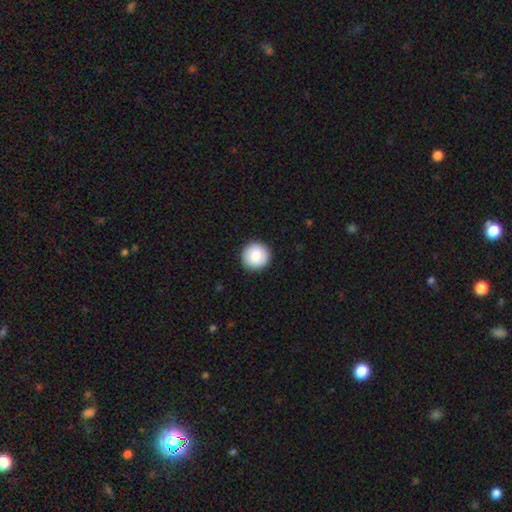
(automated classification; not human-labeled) smooth-or-featured: smooth: 84% | featured or disk: 9% | star or artifact: 7%
  how-rounded: round: 95% | in between: 4% | cigar-shaped: 1%
  merging: none: 92% | minor disturbance: 5% | major disturbance: 2% | merger: 1%